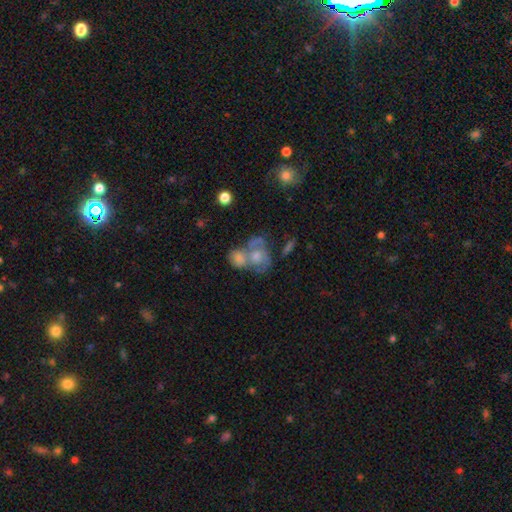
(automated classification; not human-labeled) The model was most divided on "smooth or featured": featured or disk: 51%, smooth: 35%, star or artifact: 14%. More confident: edge-on disk — no (96%); merging — merger (54%).